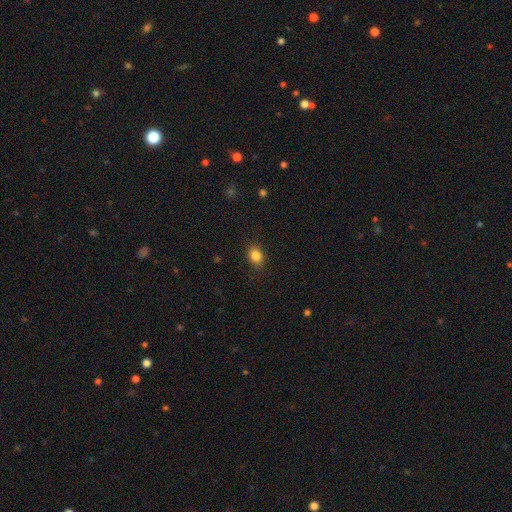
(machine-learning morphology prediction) smooth 84%, star or artifact 10%, featured or disk 5%. Down the decision tree: how rounded — in between (56%); merging — none (86%).